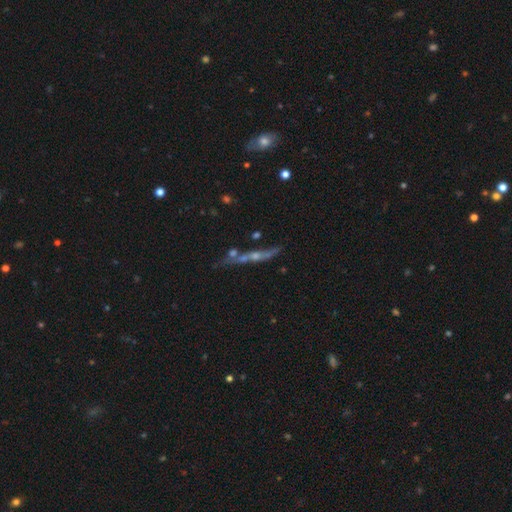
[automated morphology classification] smooth_or_featured: featured or disk (p=0.51) [alt: smooth p=0.26]
disk_edge_on: yes (p=0.72) [alt: no p=0.28]
merging: none (p=0.54) [alt: merger p=0.22]